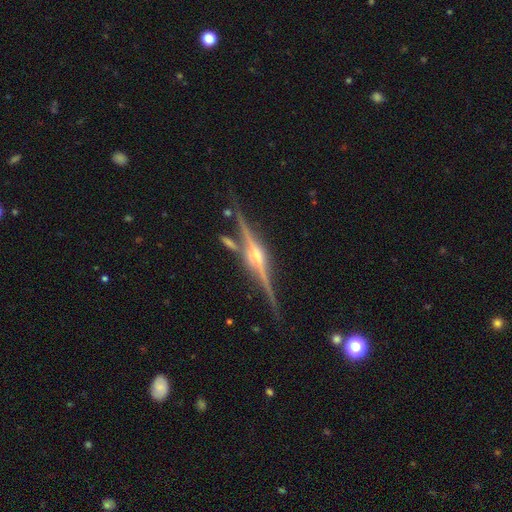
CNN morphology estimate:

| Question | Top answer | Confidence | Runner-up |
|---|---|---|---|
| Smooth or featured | featured or disk | 90% | star or artifact (6%) |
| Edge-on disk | yes | 98% | no (2%) |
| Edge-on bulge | rounded | 91% | boxy (6%) |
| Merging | none | 83% | minor disturbance (10%) |